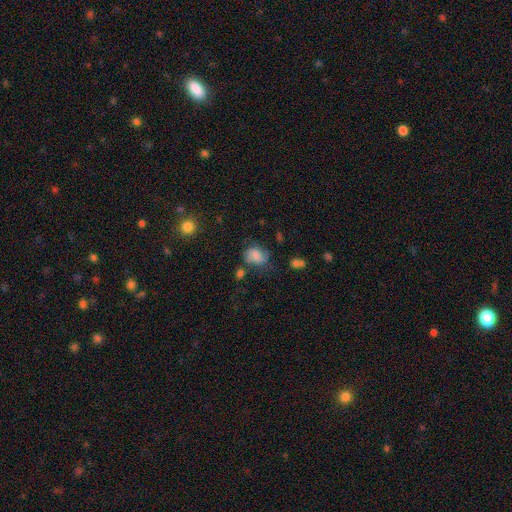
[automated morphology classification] Q: Smooth or featured?
A: smooth (62%); runner-up: featured or disk (26%)
Q: How rounded?
A: in between (55%); runner-up: round (43%)
Q: Merging?
A: none (48%); runner-up: minor disturbance (28%)